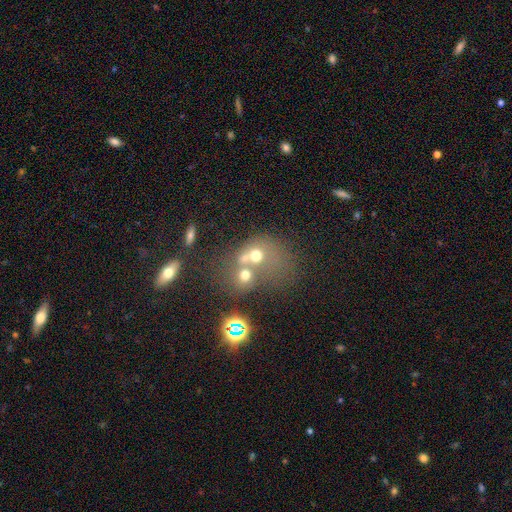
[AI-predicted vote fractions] Smooth or featured? Predicted: smooth (p=0.55). How rounded? Predicted: round (p=0.60). Merging? Predicted: merger (p=0.60).